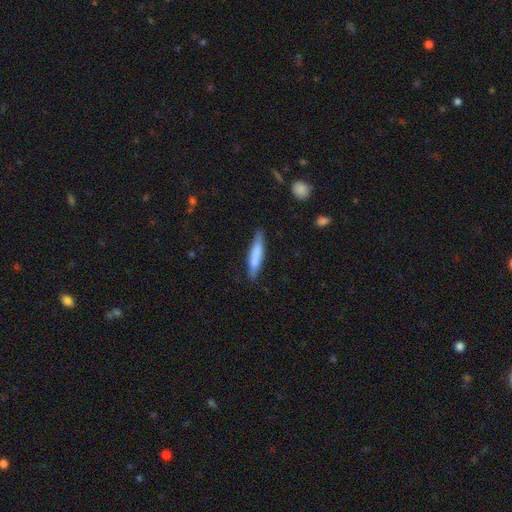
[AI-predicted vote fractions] Overall: smooth (70%). How rounded: cigar-shaped (87%). Merging: none (80%).